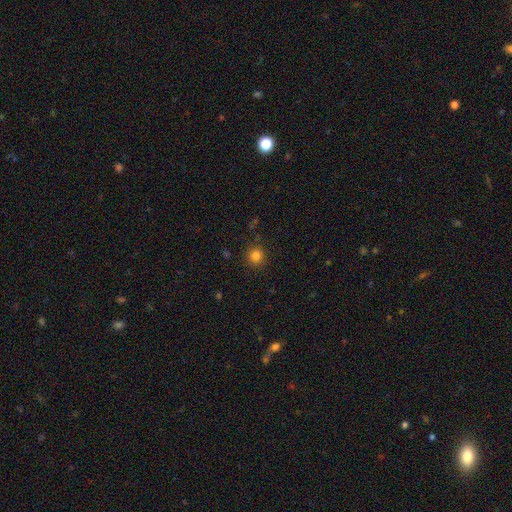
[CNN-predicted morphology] This is clearly a smooth galaxy (82%). How rounded: clearly round (93%). Merging: clearly none (88%).